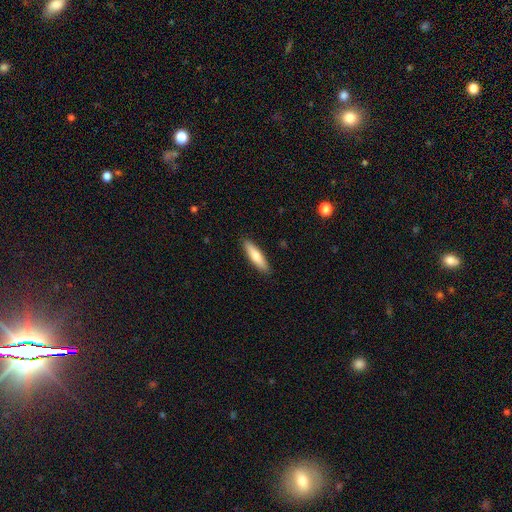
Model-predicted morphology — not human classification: A smooth galaxy with no disk features (72%) that is cigar-shaped (71%).

Vote fractions:
- Smooth or featured? smooth: 72% / featured or disk: 22% / star or artifact: 6%
- How rounded? cigar-shaped: 71% / in between: 28% / round: 2%
- Merging? none: 90% / minor disturbance: 8% / major disturbance: 2% / merger: 1%